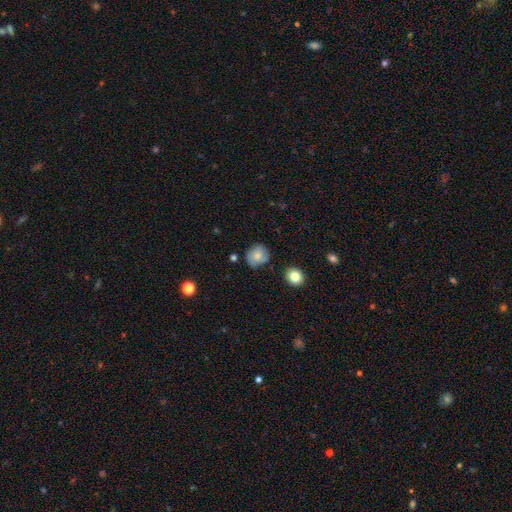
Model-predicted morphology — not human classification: smooth-or-featured: smooth: 71% | featured or disk: 20% | star or artifact: 9%
  how-rounded: round: 76% | in between: 23% | cigar-shaped: 1%
  merging: none: 70% | minor disturbance: 22% | major disturbance: 5% | merger: 3%